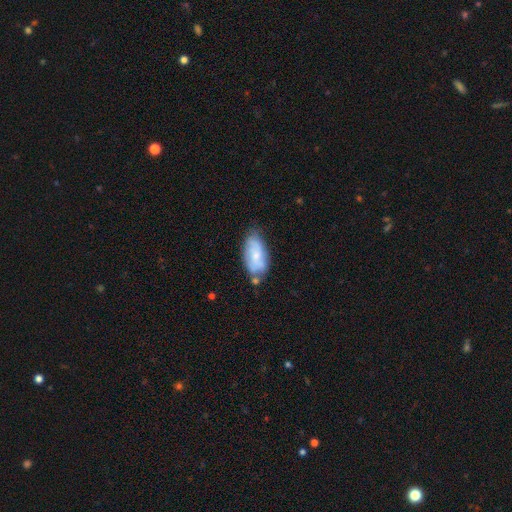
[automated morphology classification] Overall: smooth (56%; featured or disk 37%). How rounded: in between (91%). Merging: none (53%; minor disturbance 30%).